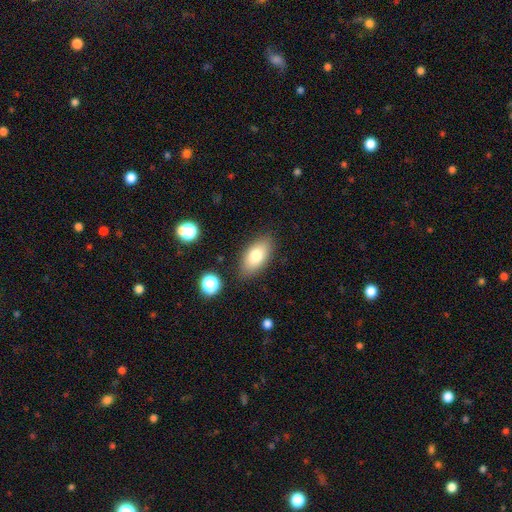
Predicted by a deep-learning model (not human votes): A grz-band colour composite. It shows a smooth galaxy with no disk features (78%) that is in between round and cigar-shaped (90%). Merging: none (84%).